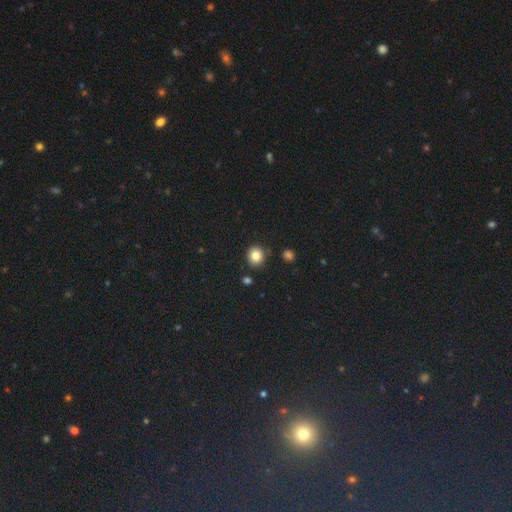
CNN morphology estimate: This appears to be a smooth galaxy with no disk features (83%) that is round (83%). Merging: none (85%).